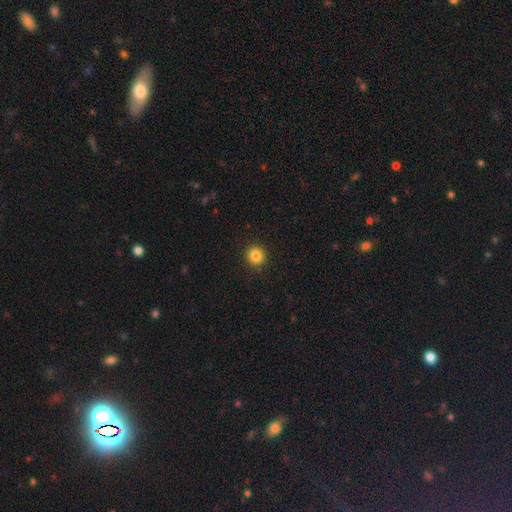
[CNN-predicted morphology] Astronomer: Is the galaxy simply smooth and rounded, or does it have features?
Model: smooth — 85%.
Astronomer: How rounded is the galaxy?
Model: round — 94%.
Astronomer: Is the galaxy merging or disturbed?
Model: none — 92%.